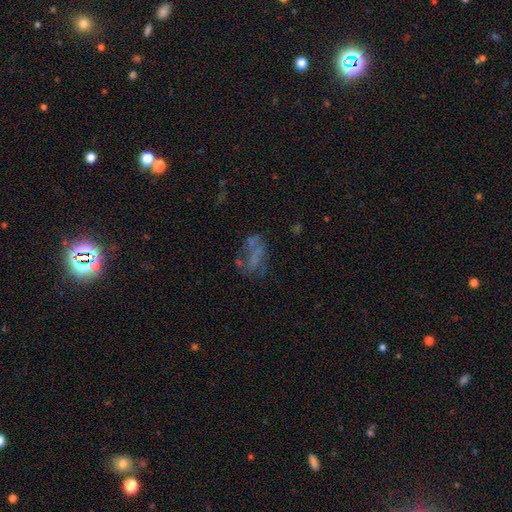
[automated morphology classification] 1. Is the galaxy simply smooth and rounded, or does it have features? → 49% featured or disk, 30% smooth, 21% star or artifact.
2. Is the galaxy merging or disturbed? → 42% none, 28% major disturbance, 18% minor disturbance, 13% merger.